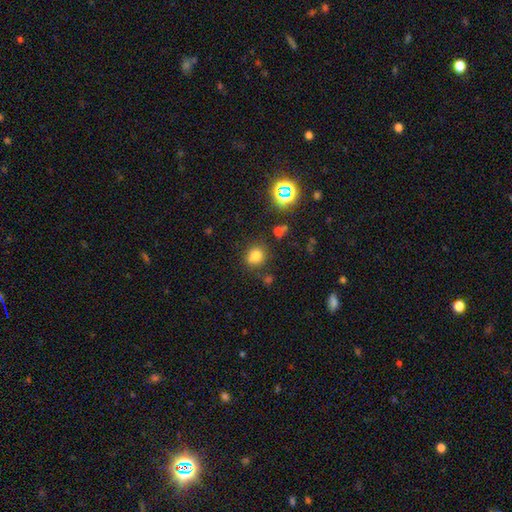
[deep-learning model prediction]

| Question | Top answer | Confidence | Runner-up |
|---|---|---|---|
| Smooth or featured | smooth | 75% | star or artifact (17%) |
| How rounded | round | 82% | in between (17%) |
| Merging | none | 77% | minor disturbance (13%) |